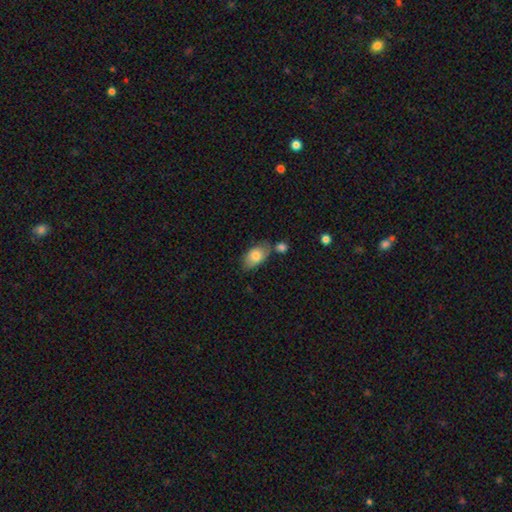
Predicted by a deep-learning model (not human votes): Q: Smooth or featured?
A: smooth (79%); runner-up: featured or disk (14%)
Q: How rounded?
A: in between (89%); runner-up: round (9%)
Q: Merging?
A: none (56%); runner-up: minor disturbance (21%)